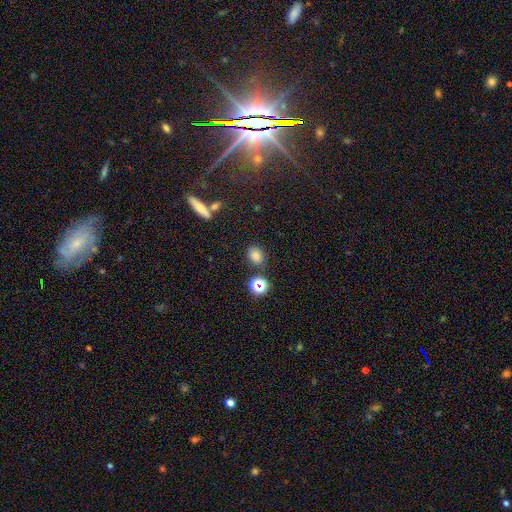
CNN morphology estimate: Smooth or featured?
  - smooth: 77% *
  - star or artifact: 16%
  - featured or disk: 7%
How rounded?
  - round: 58% *
  - in between: 41%
  - cigar-shaped: 2%
Merging?
  - none: 80% *
  - minor disturbance: 10%
  - merger: 6%
  - major disturbance: 3%